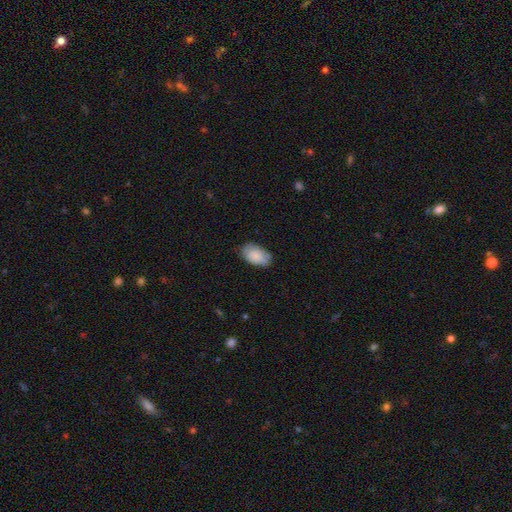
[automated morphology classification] Smooth or featured: smooth — 83% (featured or disk — 11%)
How rounded: in between — 93% (round — 6%)
Merging: none — 74% (minor disturbance — 21%)